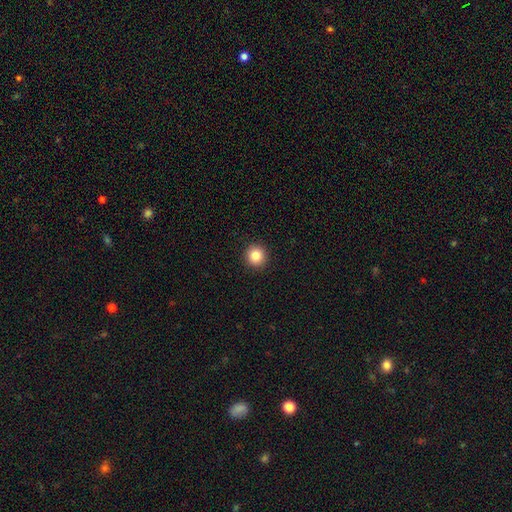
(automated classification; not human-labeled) smooth 84%, star or artifact 11%, featured or disk 5%. Down the decision tree: how rounded — round (94%); merging — none (93%).